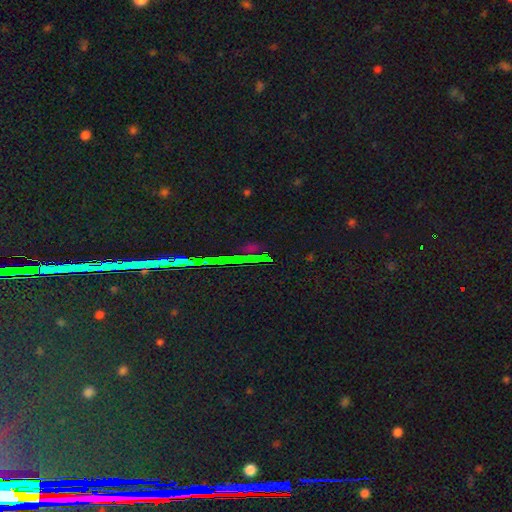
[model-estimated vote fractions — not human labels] Q: Smooth or featured?
A: star or artifact (81%); runner-up: smooth (11%)